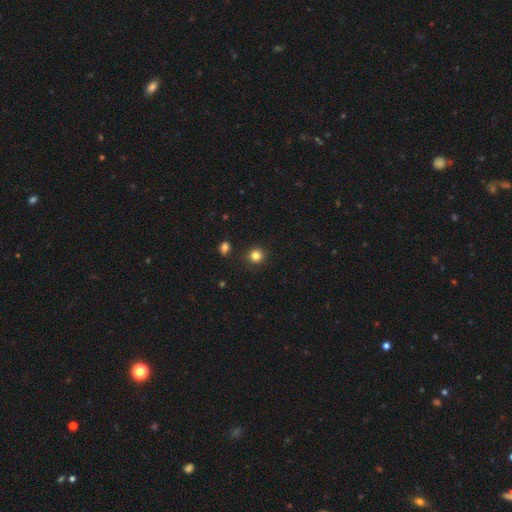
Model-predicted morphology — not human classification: smooth 83%, star or artifact 13%, featured or disk 4%. Down the decision tree: how rounded — round (93%); merging — none (90%).